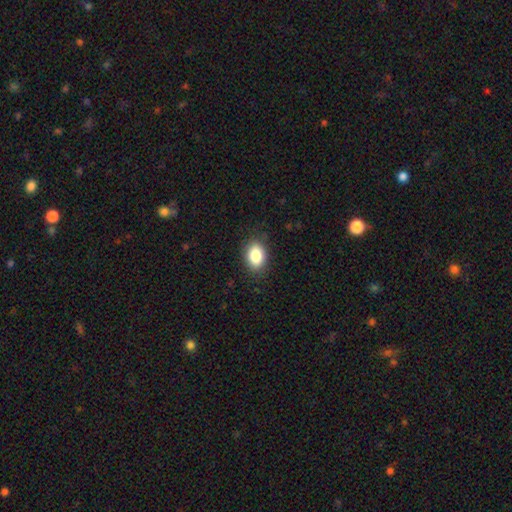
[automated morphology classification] Smooth or featured: smooth — 85% (star or artifact — 8%)
How rounded: in between — 79% (round — 20%)
Merging: none — 86% (minor disturbance — 10%)